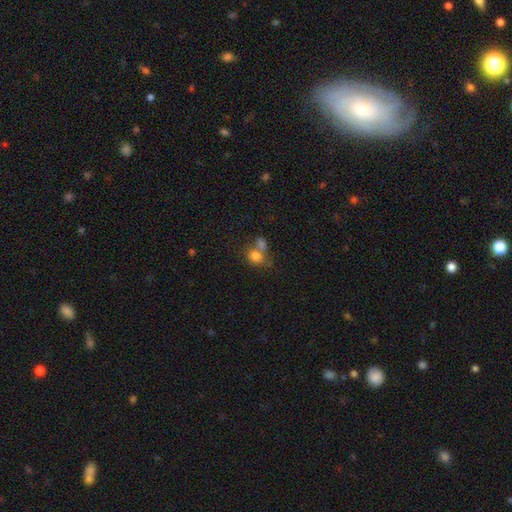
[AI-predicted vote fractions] Overall: smooth (78%). How rounded: round (63%; in between 36%). Merging: merger (48%; none 37%).